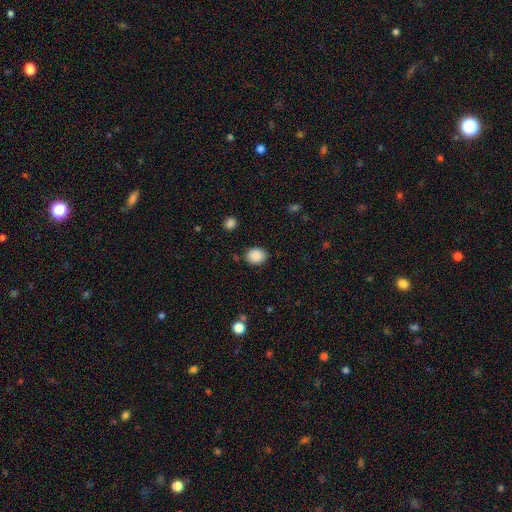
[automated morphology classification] The model was most divided on "how rounded": round: 61%, in between: 38%, cigar-shaped: 1%. More confident: smooth or featured — smooth (88%); merging — none (84%).